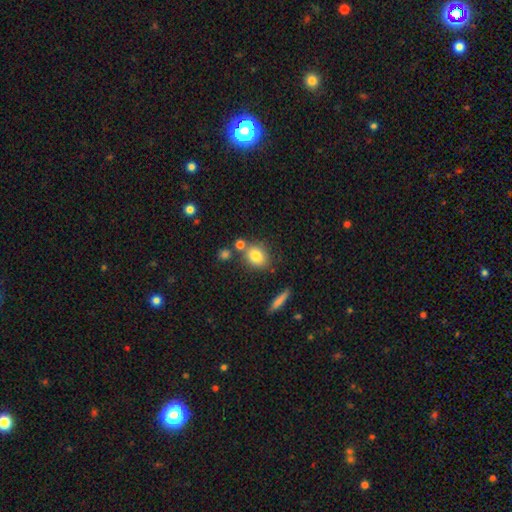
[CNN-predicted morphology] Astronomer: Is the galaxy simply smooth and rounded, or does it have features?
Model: smooth — 81%.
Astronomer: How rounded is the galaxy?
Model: round — 50% (runner-up: in between, 48%).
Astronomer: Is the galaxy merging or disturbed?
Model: none — 68%.